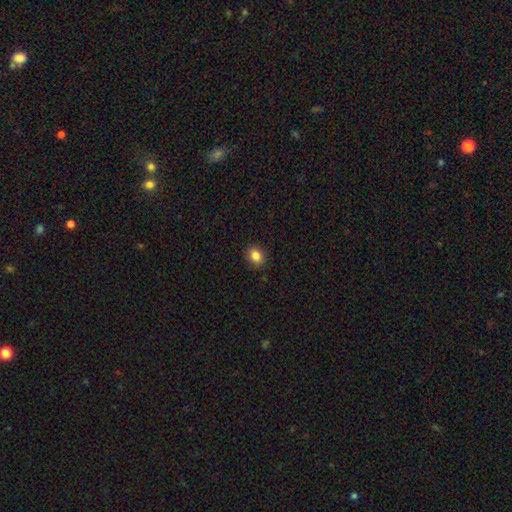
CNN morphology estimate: A smooth galaxy with no disk features (85%) that is in between round and cigar-shaped (53%). Merging: none (90%).